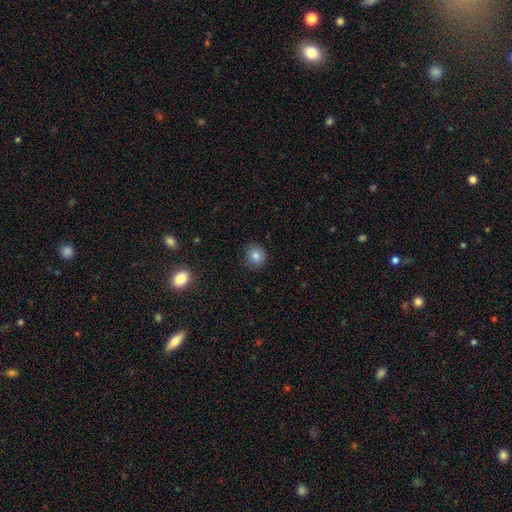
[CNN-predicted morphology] A smooth galaxy with no disk features (82%) that is round (84%). Merging: none (86%).